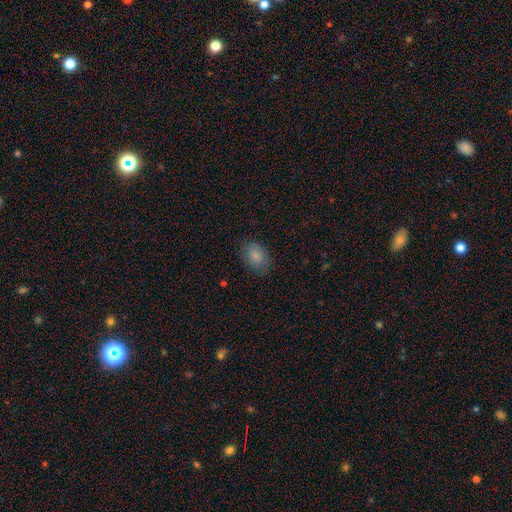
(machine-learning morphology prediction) The model was most divided on "how rounded": in between: 73%, round: 26%, cigar-shaped: 1%. More confident: smooth or featured — smooth (85%); merging — none (79%).